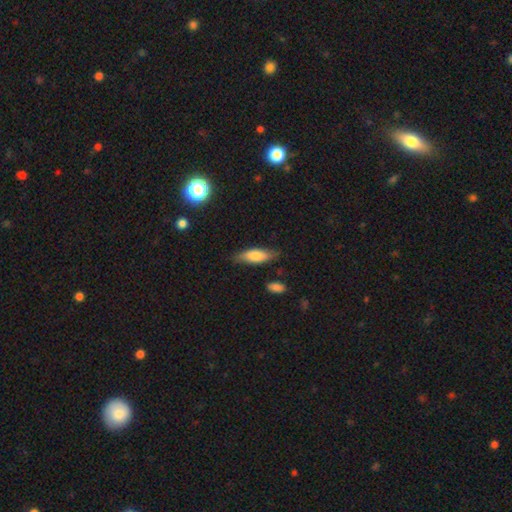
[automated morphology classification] Smooth or featured? Predicted: smooth (p=0.76). How rounded? Predicted: in between (p=0.59). Merging? Predicted: none (p=0.76).